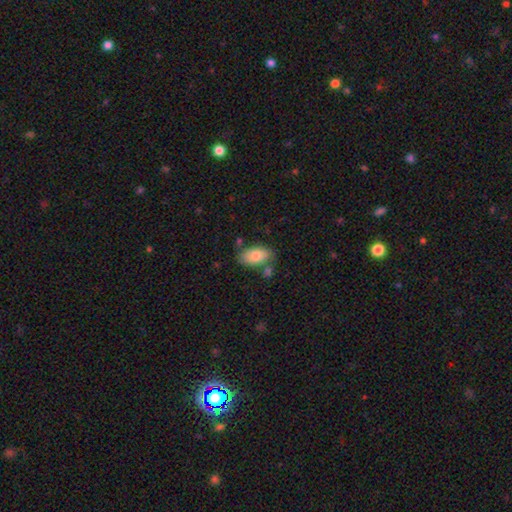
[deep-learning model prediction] Smooth or featured? Predicted: smooth (p=0.79). How rounded? Predicted: in between (p=0.94). Merging? Predicted: none (p=0.70).